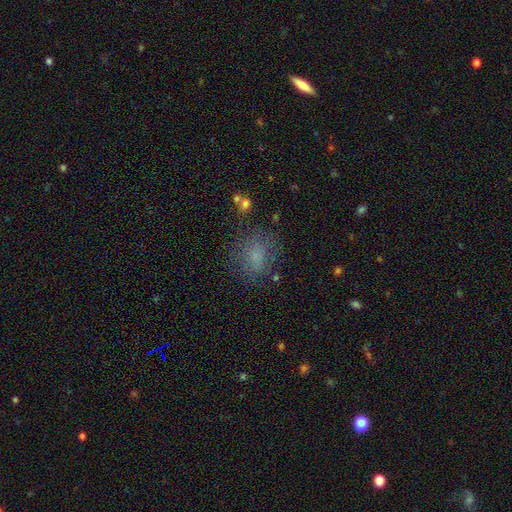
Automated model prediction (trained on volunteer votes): This appears to be a smooth galaxy with no disk features (67%) that is round (54%). Merging: none (69%).